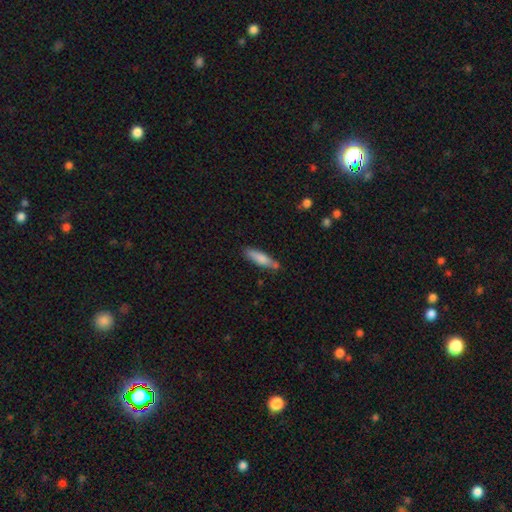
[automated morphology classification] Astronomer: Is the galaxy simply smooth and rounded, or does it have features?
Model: smooth — 71%.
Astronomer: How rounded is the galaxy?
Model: cigar-shaped — 78%.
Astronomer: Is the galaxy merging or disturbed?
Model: none — 77%.